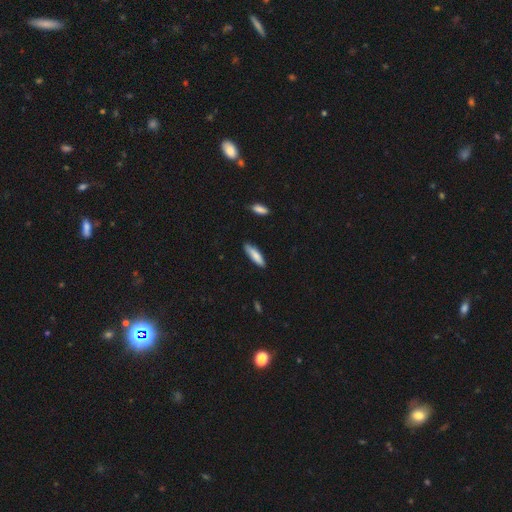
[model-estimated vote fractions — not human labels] Morphology: type=smooth (81%); roundness=cigar-shaped (67%); merging=none (84%).